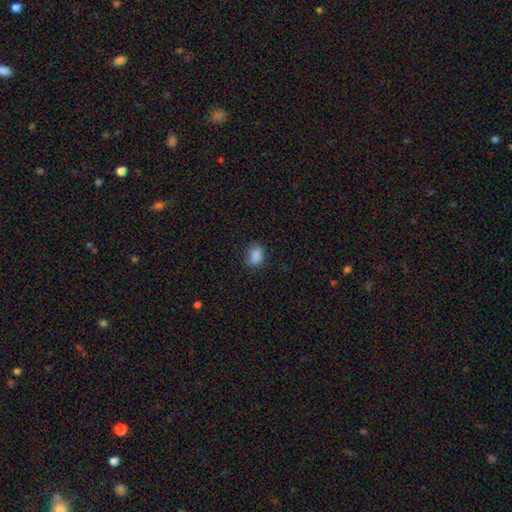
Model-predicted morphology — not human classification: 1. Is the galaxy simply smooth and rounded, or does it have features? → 85% smooth, 10% star or artifact, 4% featured or disk.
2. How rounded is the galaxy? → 76% in between, 23% round, 2% cigar-shaped.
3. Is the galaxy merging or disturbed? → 73% none, 20% minor disturbance, 5% major disturbance, 1% merger.